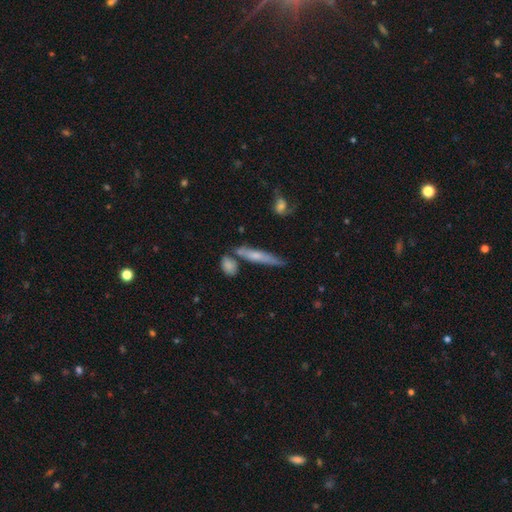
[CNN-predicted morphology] type=smooth (51%); roundness=cigar-shaped (85%); merging=none (66%).